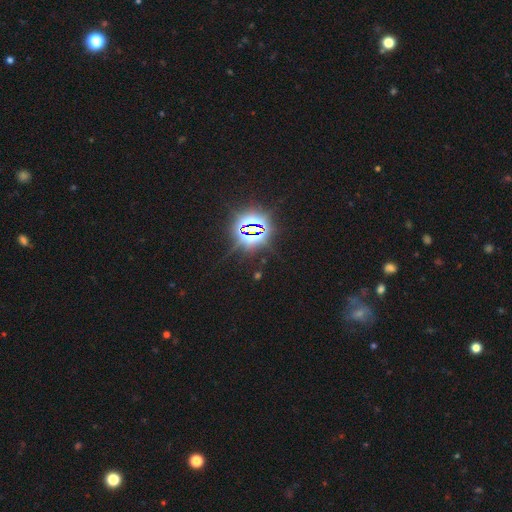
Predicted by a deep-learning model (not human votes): This is clearly a star or artifact rather than a galaxy (82%).